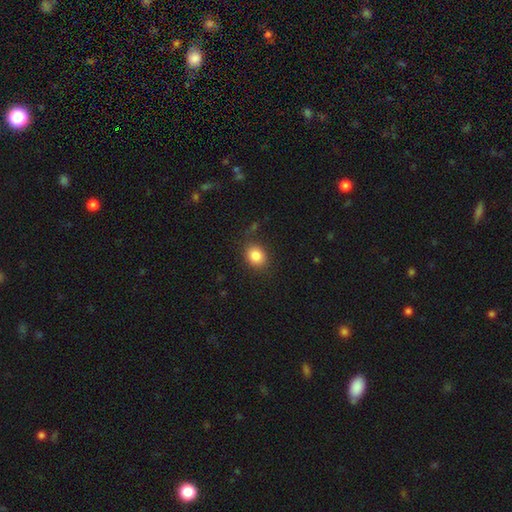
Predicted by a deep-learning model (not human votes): Smooth or featured? smooth (84%)
How rounded? round (53%)
Merging? none (82%)